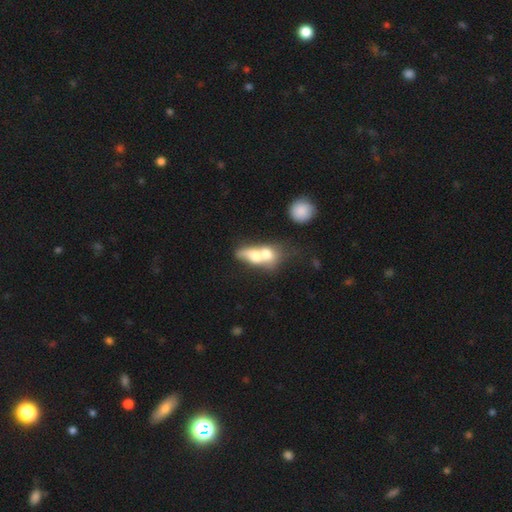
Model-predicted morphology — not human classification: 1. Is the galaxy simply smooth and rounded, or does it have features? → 59% smooth, 32% featured or disk, 8% star or artifact.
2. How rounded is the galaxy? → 63% in between, 24% round, 13% cigar-shaped.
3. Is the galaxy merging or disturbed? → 77% merger, 10% none, 8% major disturbance, 5% minor disturbance.